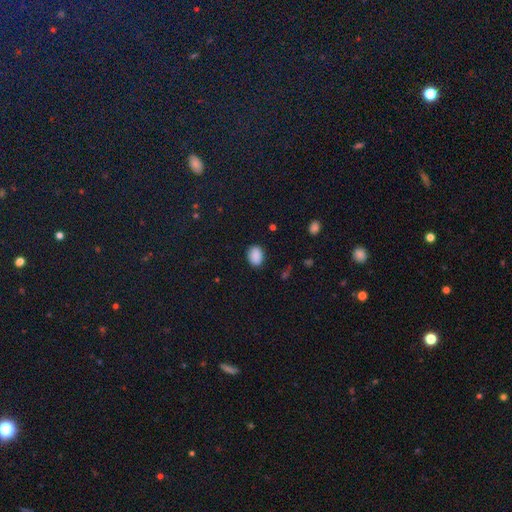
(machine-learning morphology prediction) This is clearly a smooth galaxy (89%). How rounded: likely in between (74%). Merging: clearly none (85%).